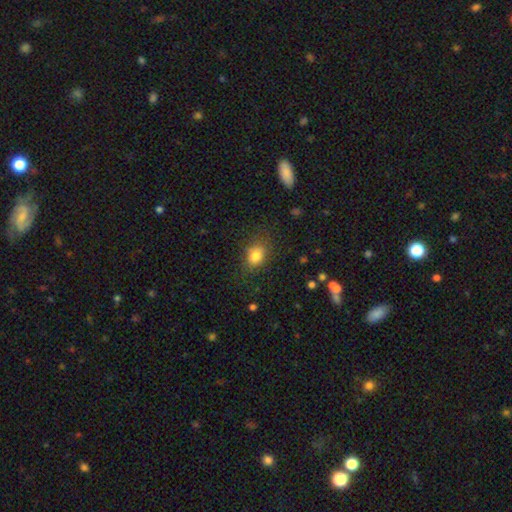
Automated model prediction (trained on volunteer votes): This appears to be a smooth galaxy with no disk features (81%) that is in between round and cigar-shaped (64%). Merging: none (77%).